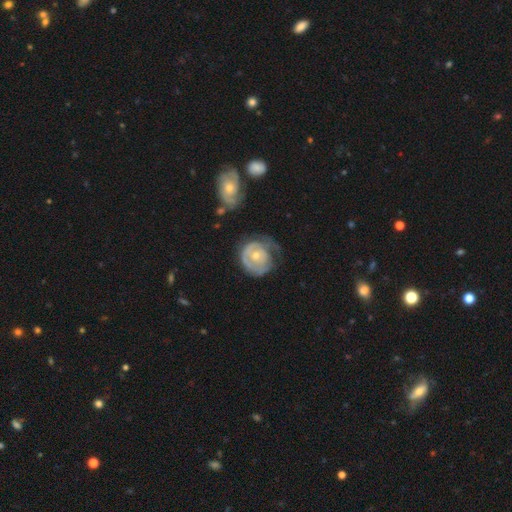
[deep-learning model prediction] Smooth or featured? Predicted: featured or disk (p=0.64). Edge-on disk? Predicted: no (p=0.97). Bar? Predicted: no (p=0.82). Spiral arms? Predicted: yes (p=0.69). Bulge size? Predicted: small (p=0.52). Merging? Predicted: none (p=0.41).